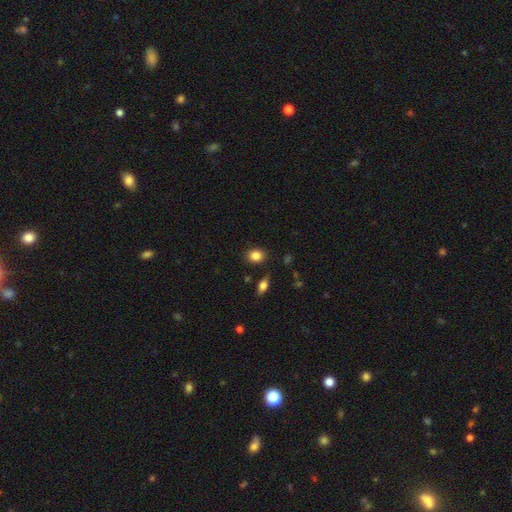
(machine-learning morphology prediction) Q: Smooth or featured?
A: smooth (85%); runner-up: star or artifact (9%)
Q: How rounded?
A: round (54%); runner-up: in between (45%)
Q: Merging?
A: none (83%); runner-up: minor disturbance (11%)